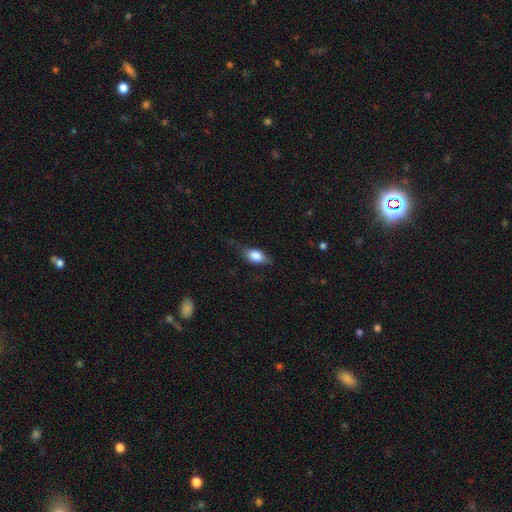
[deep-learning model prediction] Smooth or featured?
  - smooth: 72% *
  - featured or disk: 21%
  - star or artifact: 8%
How rounded?
  - in between: 81% *
  - round: 12%
  - cigar-shaped: 7%
Merging?
  - none: 52% *
  - minor disturbance: 31%
  - major disturbance: 15%
  - merger: 2%